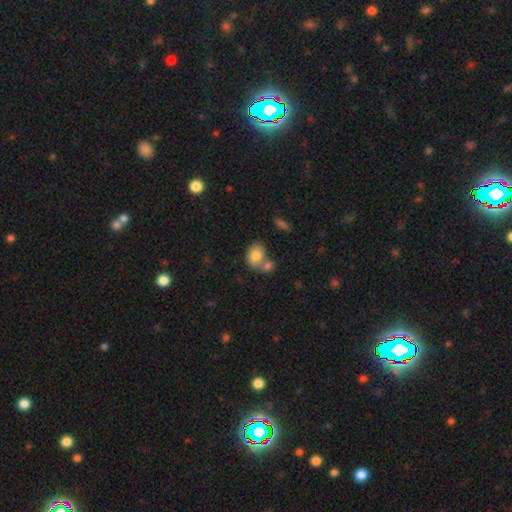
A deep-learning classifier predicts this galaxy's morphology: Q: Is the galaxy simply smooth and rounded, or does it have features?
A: smooth — 79%.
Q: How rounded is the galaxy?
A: in between — 61%.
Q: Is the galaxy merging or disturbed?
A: merger — 48%.